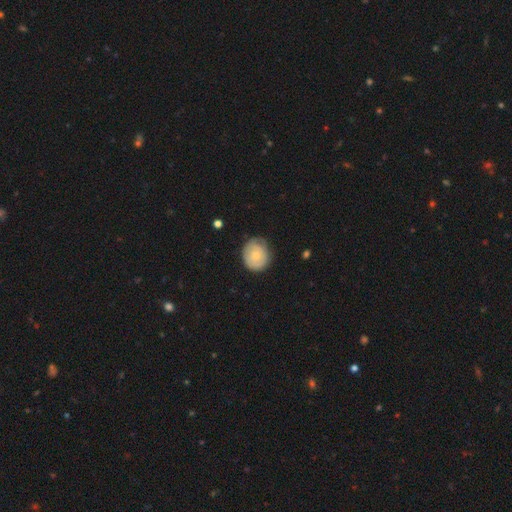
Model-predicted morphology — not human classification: A smooth galaxy with no disk features (69%) that is round (76%). Merging: none (70%).